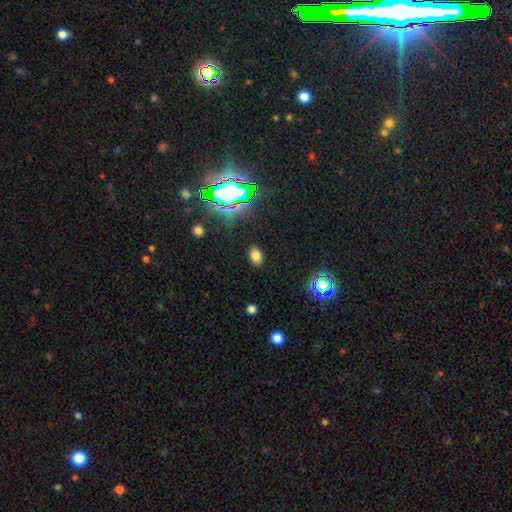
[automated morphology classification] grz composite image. It shows a smooth galaxy with no disk features (73%) that is in between round and cigar-shaped (88%). Merging: none (87%).